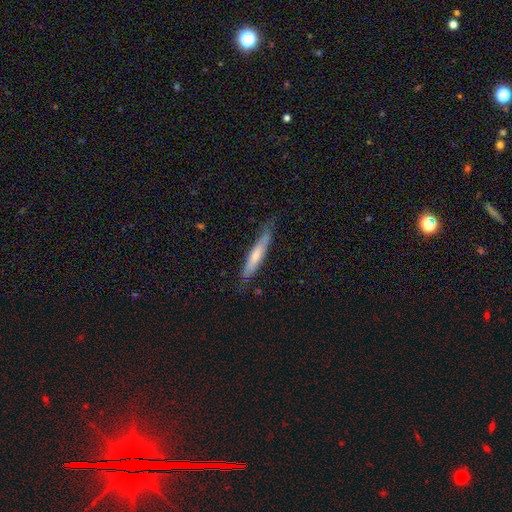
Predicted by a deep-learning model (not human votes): Smooth or featured? Predicted: smooth (p=0.59). How rounded? Predicted: cigar-shaped (p=0.92). Merging? Predicted: none (p=0.75).